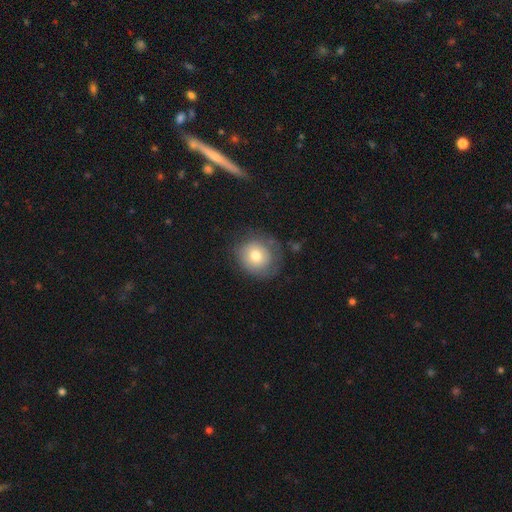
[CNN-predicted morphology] This is likely a smooth galaxy (72%). How rounded: clearly round (84%). Merging: likely none (70%).